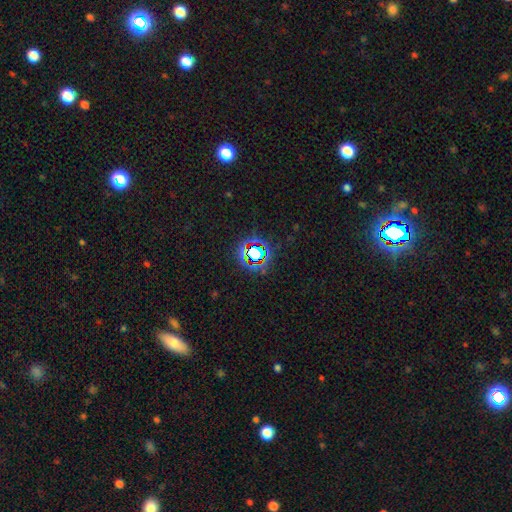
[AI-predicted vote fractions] A star or artifact, not a galaxy (71%).